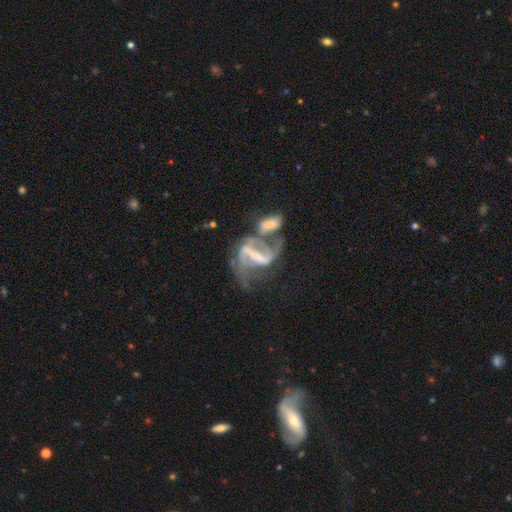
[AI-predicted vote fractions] This is clearly a featured or disk galaxy (86%). It is clearly not viewed edge-on (96%). Bar: possibly strong (58%). Spiral arm pattern: clearly yes (89%). Spiral arm count: clearly 2 (82%). Spiral winding: possibly loose (48%). Central bulge: marginally small (44%). Merging: possibly merger (50%).